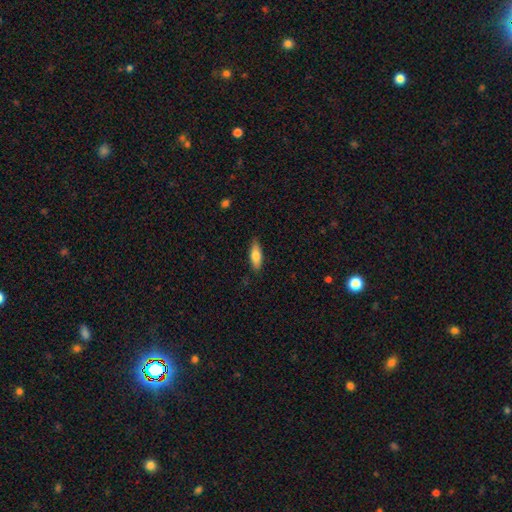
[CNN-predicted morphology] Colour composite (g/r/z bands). It shows a smooth galaxy with no disk features (78%) that is in between round and cigar-shaped (62%). Merging: none (83%).